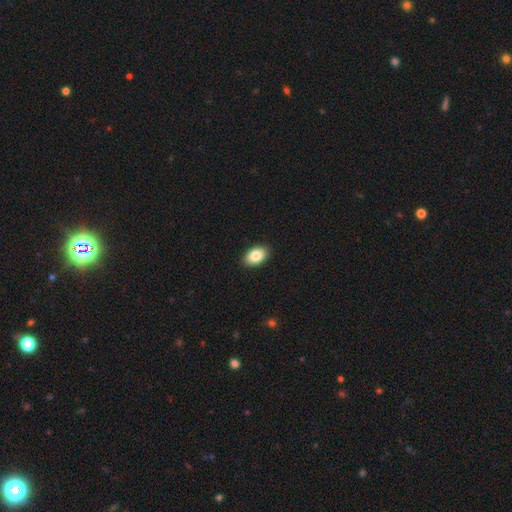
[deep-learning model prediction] Morphology: type=smooth (85%); roundness=in between (90%); merging=none (91%).